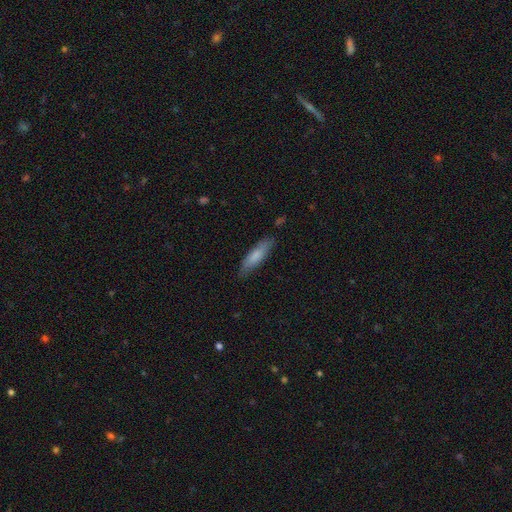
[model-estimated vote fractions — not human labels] Morphology: type=smooth (79%); roundness=cigar-shaped (68%); merging=none (80%).